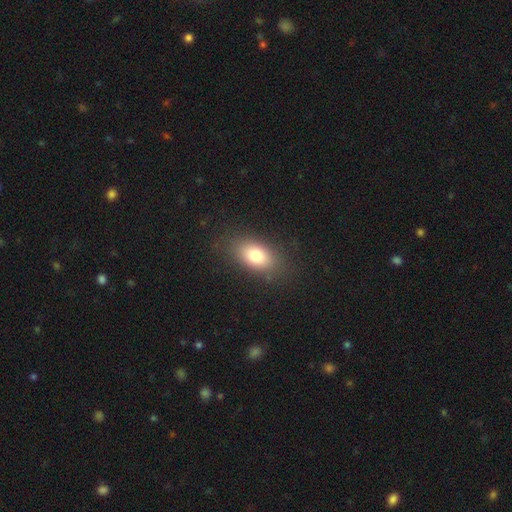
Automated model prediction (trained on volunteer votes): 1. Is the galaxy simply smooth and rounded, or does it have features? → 79% smooth, 12% featured or disk, 9% star or artifact.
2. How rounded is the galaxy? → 87% in between, 10% round, 3% cigar-shaped.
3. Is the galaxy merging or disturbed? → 83% none, 11% minor disturbance, 4% major disturbance, 1% merger.